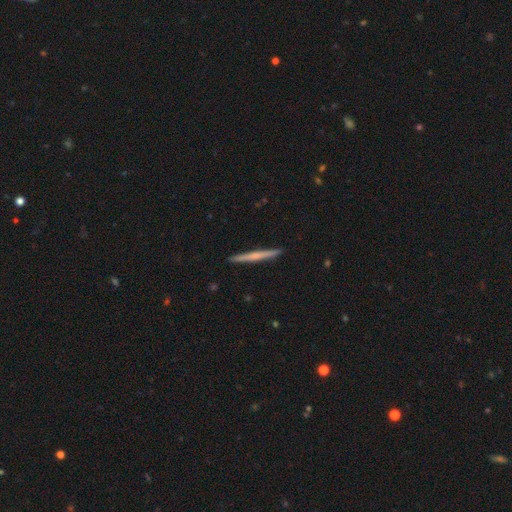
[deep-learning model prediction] This appears to be a featured or disk galaxy (49%). Merging: none (93%).